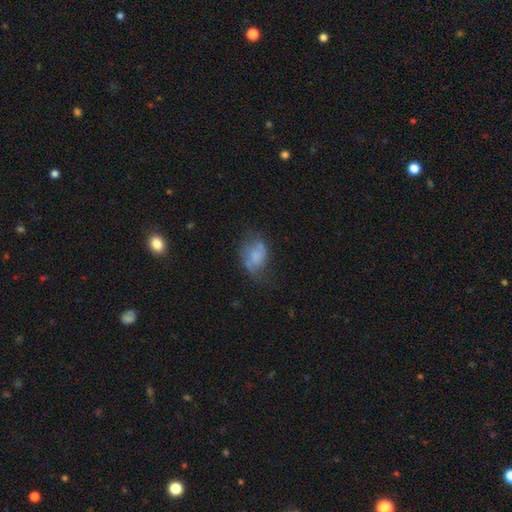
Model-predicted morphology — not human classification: Smooth or featured: smooth — 52% (featured or disk — 36%)
How rounded: in between — 73% (round — 25%)
Merging: none — 38% (minor disturbance — 29%)